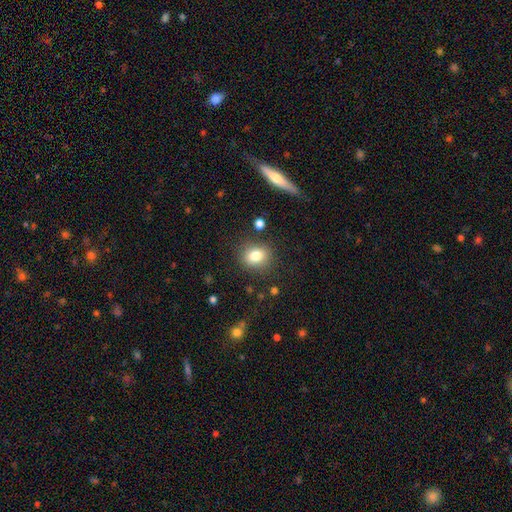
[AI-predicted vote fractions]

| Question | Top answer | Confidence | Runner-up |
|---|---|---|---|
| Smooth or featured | smooth | 81% | star or artifact (11%) |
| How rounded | round | 57% | in between (41%) |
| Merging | none | 83% | minor disturbance (11%) |